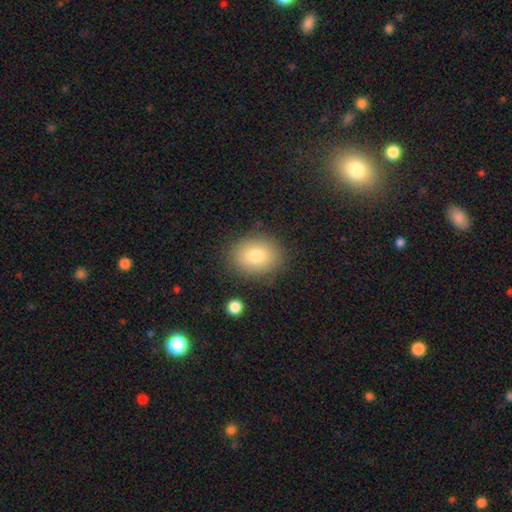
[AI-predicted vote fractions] Smooth or featured? Predicted: smooth (p=0.79). How rounded? Predicted: in between (p=0.59). Merging? Predicted: none (p=0.84).